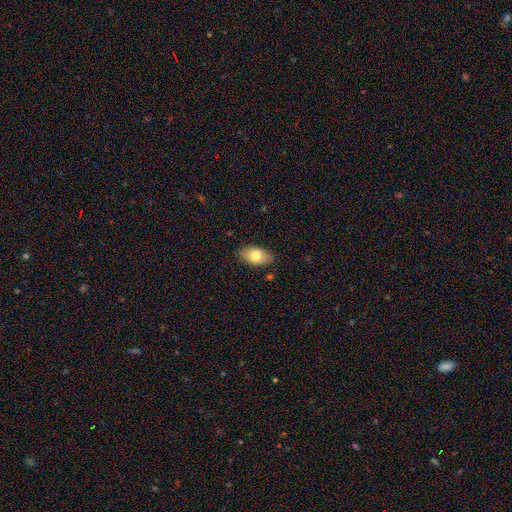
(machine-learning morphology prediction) smooth 75%, featured or disk 18%, star or artifact 7%. Down the decision tree: how rounded — in between (91%); merging — none (84%).